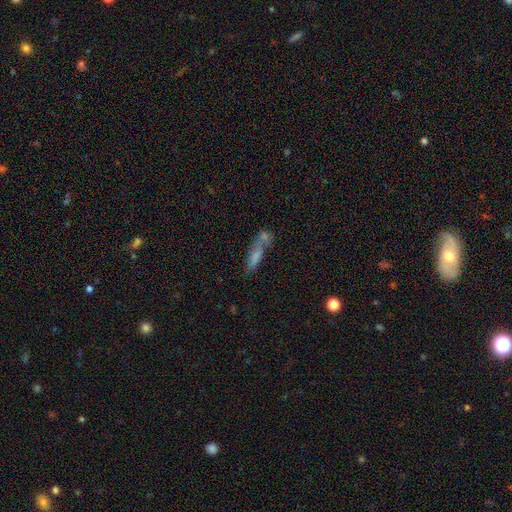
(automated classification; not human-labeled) A smooth galaxy with no disk features (68%) that is cigar-shaped (62%). Merging: merger (46%).